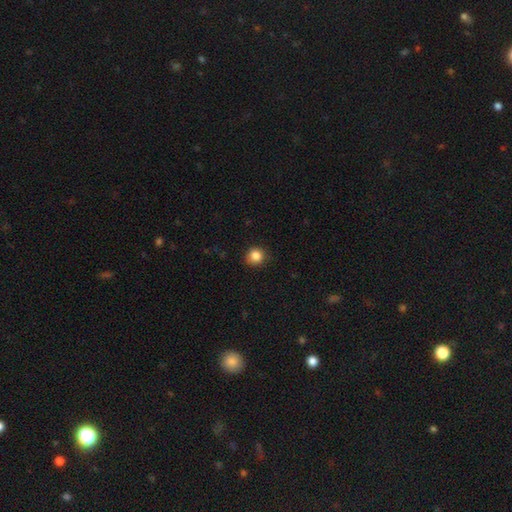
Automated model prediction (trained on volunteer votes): A smooth galaxy with no disk features (85%) that is round (89%). Merging: none (87%).